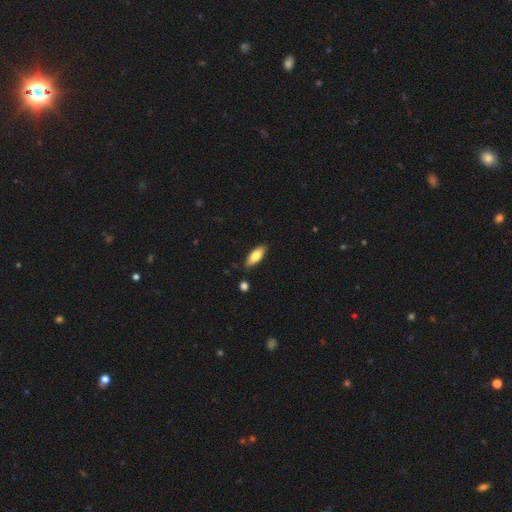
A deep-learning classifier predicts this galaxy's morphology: Smooth or featured: smooth — 78% (featured or disk — 16%)
How rounded: in between — 76% (cigar-shaped — 23%)
Merging: none — 83% (minor disturbance — 12%)